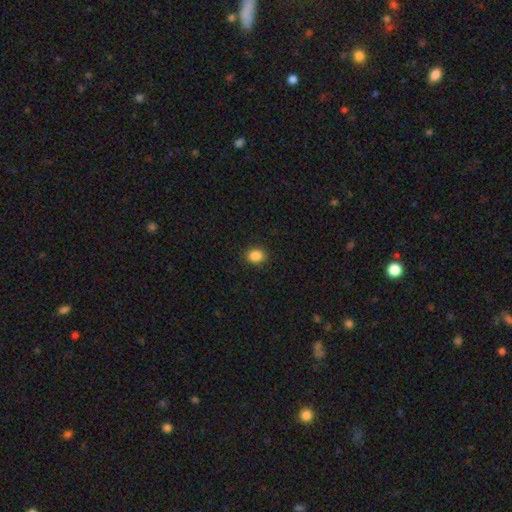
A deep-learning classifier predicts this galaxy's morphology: A smooth galaxy with no disk features (87%) that is in between round and cigar-shaped (58%).

Vote fractions:
- Smooth or featured? smooth: 87% / star or artifact: 9% / featured or disk: 4%
- How rounded? in between: 58% / round: 41% / cigar-shaped: 1%
- Merging? none: 89% / minor disturbance: 8% / major disturbance: 2% / merger: 1%